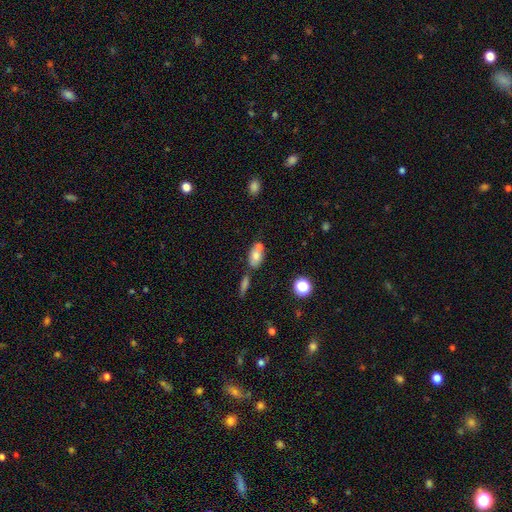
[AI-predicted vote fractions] The model was most divided on "merging": none: 43%, merger: 41%, minor disturbance: 12%, major disturbance: 4%. More confident: how rounded — in between (77%); smooth or featured — smooth (70%).